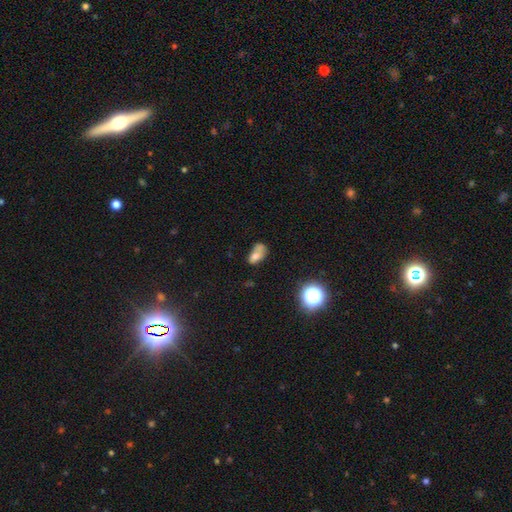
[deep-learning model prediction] Overall: smooth (65%). How rounded: in between (81%). Merging: merger (29%; none 26%).